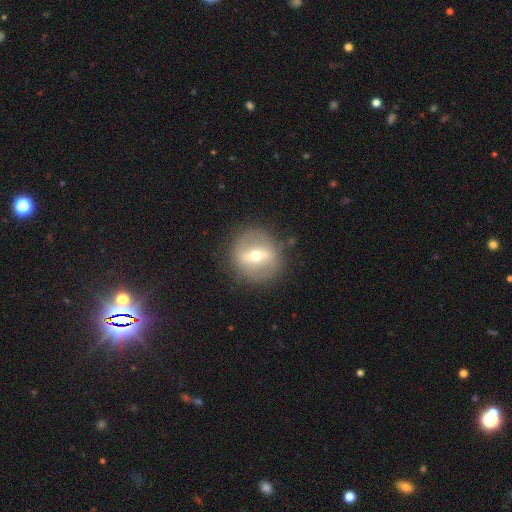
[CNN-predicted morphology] Overall: featured or disk (66%). Edge-on disk: no (88%). Bar: strong (57%; weak 30%). Spiral arms: no (61%; yes 39%). Bulge size: moderate (65%; small 28%). Merging: none (83%).